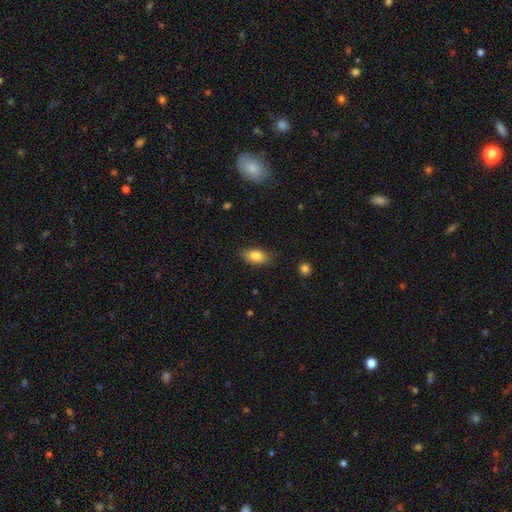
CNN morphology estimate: The model was most divided on "merging": none: 82%, minor disturbance: 14%, major disturbance: 3%, merger: 1%. More confident: how rounded — in between (89%); smooth or featured — smooth (84%).